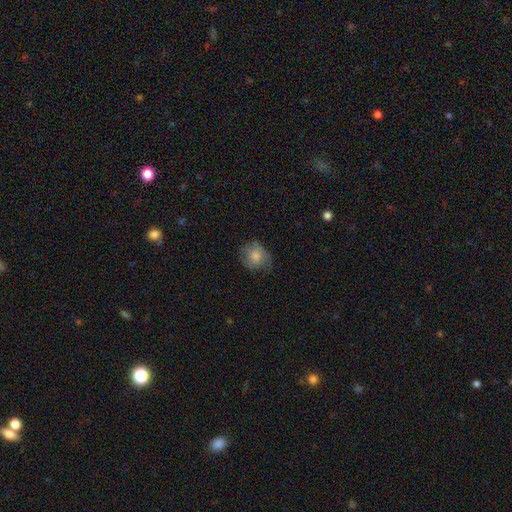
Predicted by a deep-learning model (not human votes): A smooth galaxy with no disk features (71%) that is round (68%).

Vote fractions:
- Smooth or featured? smooth: 71% / featured or disk: 21% / star or artifact: 8%
- How rounded? round: 68% / in between: 31% / cigar-shaped: 1%
- Merging? none: 63% / minor disturbance: 26% / major disturbance: 10% / merger: 1%